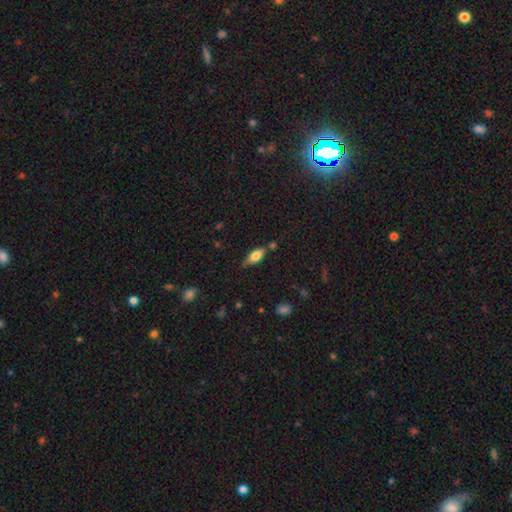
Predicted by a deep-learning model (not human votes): Q: Smooth or featured?
A: smooth (67%); runner-up: featured or disk (25%)
Q: How rounded?
A: in between (75%); runner-up: cigar-shaped (22%)
Q: Merging?
A: none (64%); runner-up: minor disturbance (23%)